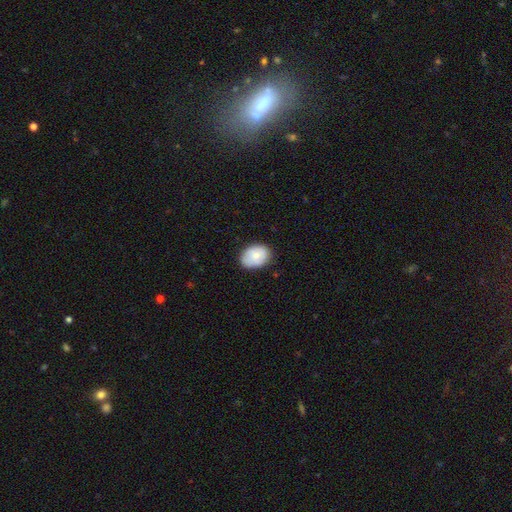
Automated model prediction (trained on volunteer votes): Q: Smooth or featured?
A: smooth (79%); runner-up: featured or disk (15%)
Q: How rounded?
A: in between (73%); runner-up: round (26%)
Q: Merging?
A: none (79%); runner-up: minor disturbance (17%)